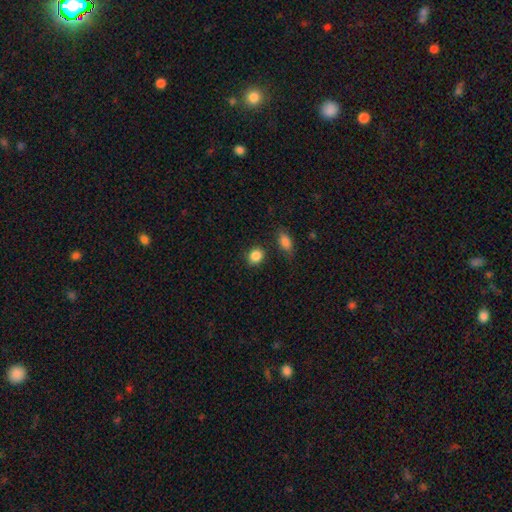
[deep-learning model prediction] A smooth galaxy with no disk features (87%) that is round (70%). Merging: none (83%).